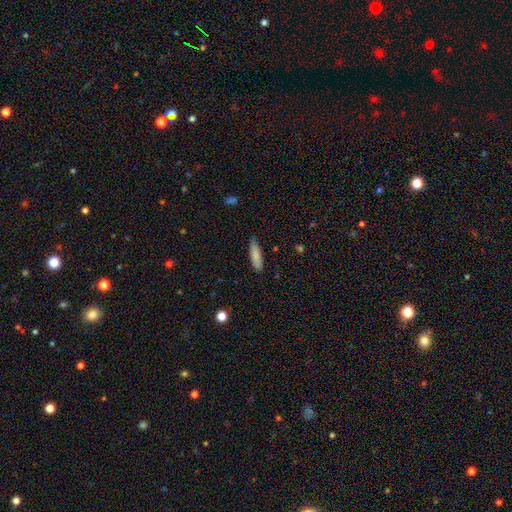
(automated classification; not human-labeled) smooth_or_featured: smooth (p=0.84) [alt: featured or disk p=0.09]
how_rounded: cigar-shaped (p=0.68) [alt: in between p=0.30]
merging: none (p=0.77) [alt: minor disturbance p=0.19]